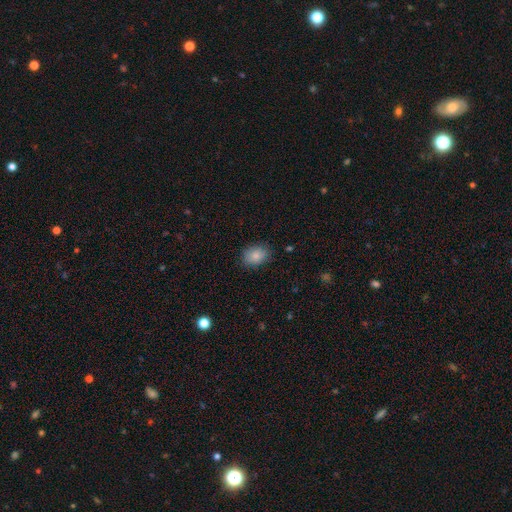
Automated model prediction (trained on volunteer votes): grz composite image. It shows a smooth galaxy with no disk features (85%) that is in between round and cigar-shaped (73%). Merging: none (84%).